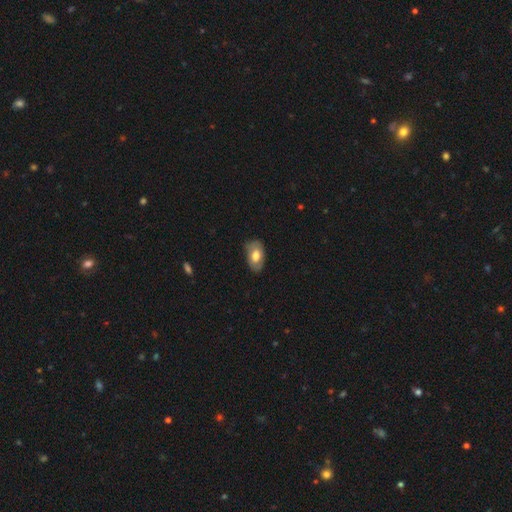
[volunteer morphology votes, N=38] This appears to be a smooth galaxy with no disk features (71%) that is in between round and cigar-shaped (96%). Merging: none (69%).